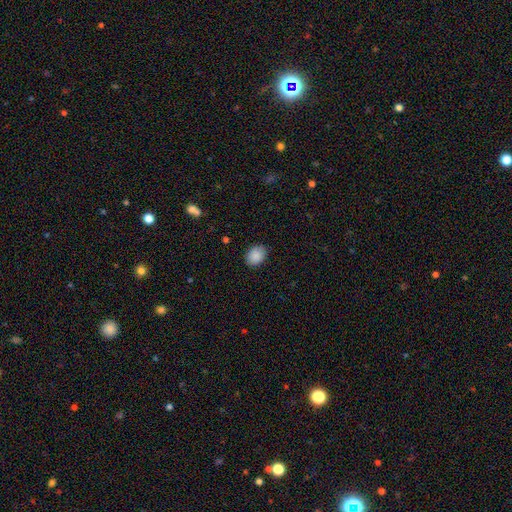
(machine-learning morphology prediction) This appears to be a smooth galaxy with no disk features (89%) that is in between round and cigar-shaped (65%). Merging: none (85%).